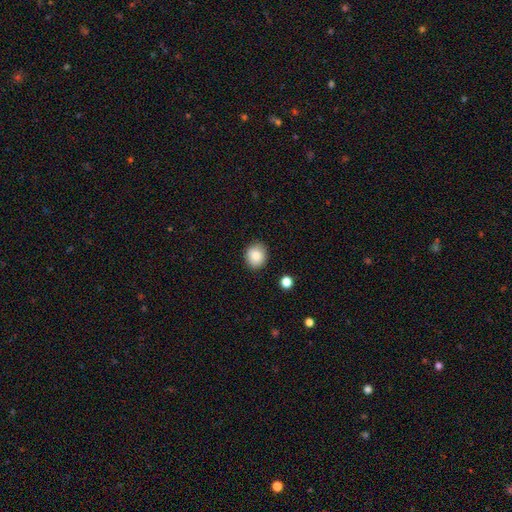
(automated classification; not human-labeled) Smooth or featured? smooth (85%)
How rounded? round (74%)
Merging? none (88%)